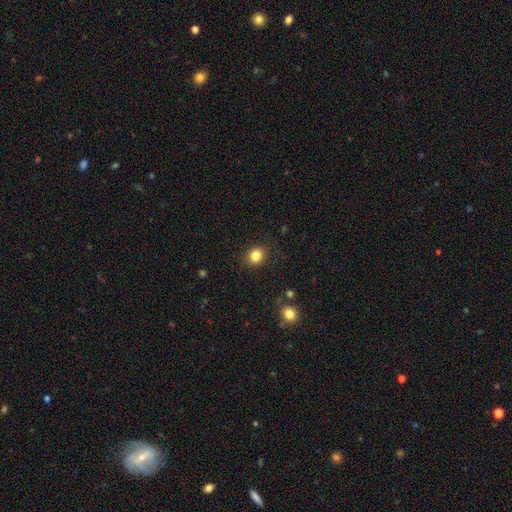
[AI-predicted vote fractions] Morphology: type=smooth (83%); roundness=round (67%); merging=none (86%).